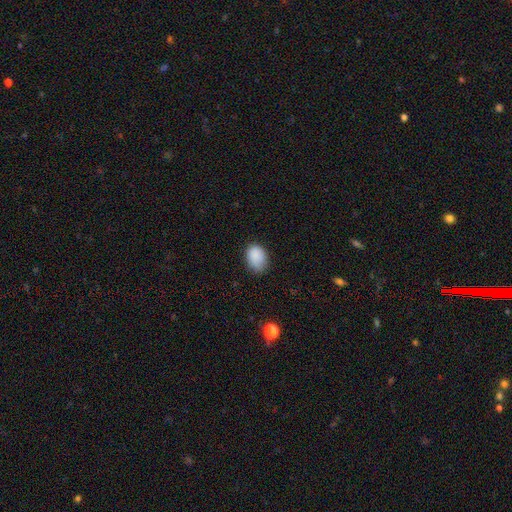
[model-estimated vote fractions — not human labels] Smooth or featured? Predicted: smooth (p=0.88). How rounded? Predicted: in between (p=0.73). Merging? Predicted: none (p=0.66).